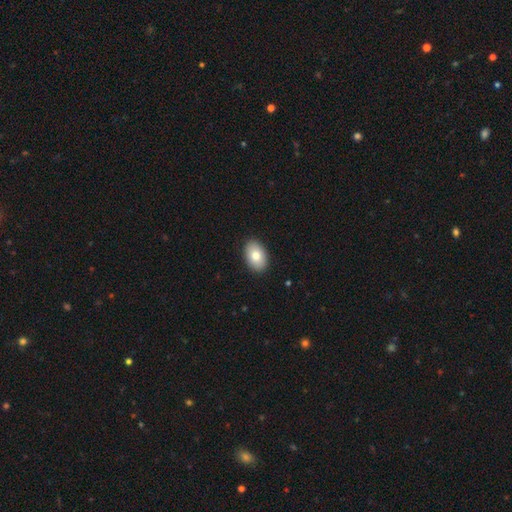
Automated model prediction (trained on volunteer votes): The model was most divided on "smooth or featured": smooth: 81%, featured or disk: 12%, star or artifact: 7%. More confident: merging — none (90%); how rounded — in between (90%).